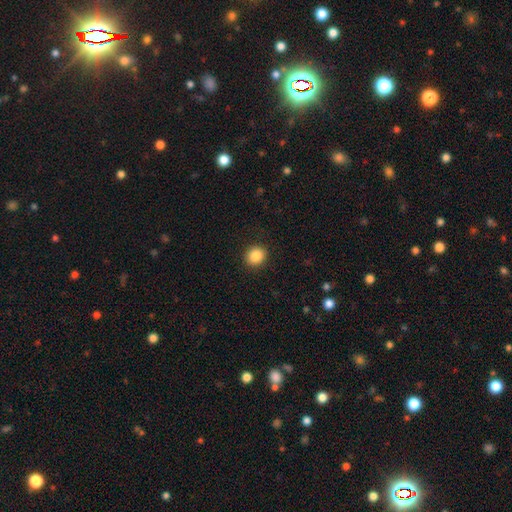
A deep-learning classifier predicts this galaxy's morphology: A smooth galaxy with no disk features (87%) that is round (86%).

Vote fractions:
- Smooth or featured? smooth: 87% / star or artifact: 9% / featured or disk: 4%
- How rounded? round: 86% / in between: 13% / cigar-shaped: 1%
- Merging? none: 91% / minor disturbance: 6% / major disturbance: 2% / merger: 1%